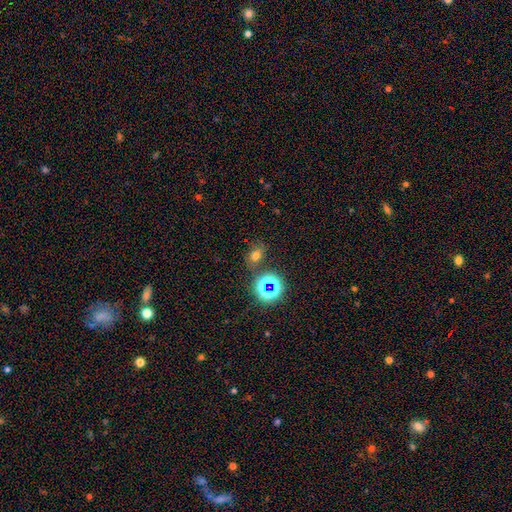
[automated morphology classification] A smooth galaxy with no disk features (61%) that is in between round and cigar-shaped (61%). Merging: none (74%).